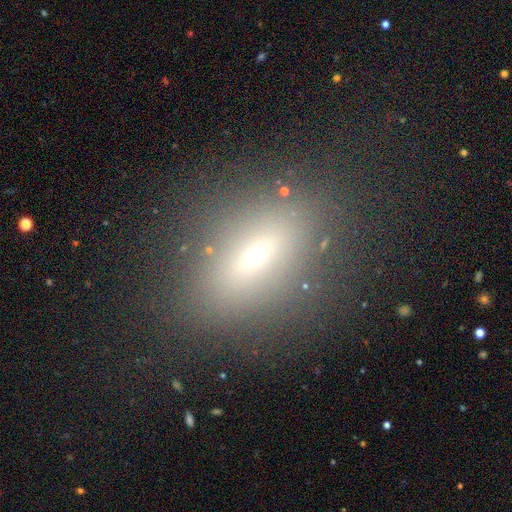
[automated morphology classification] A smooth galaxy with no disk features (48%).

Vote fractions:
- Smooth or featured? smooth: 48% / featured or disk: 33% / star or artifact: 19%
- Merging? none: 82% / minor disturbance: 11% / major disturbance: 5% / merger: 2%